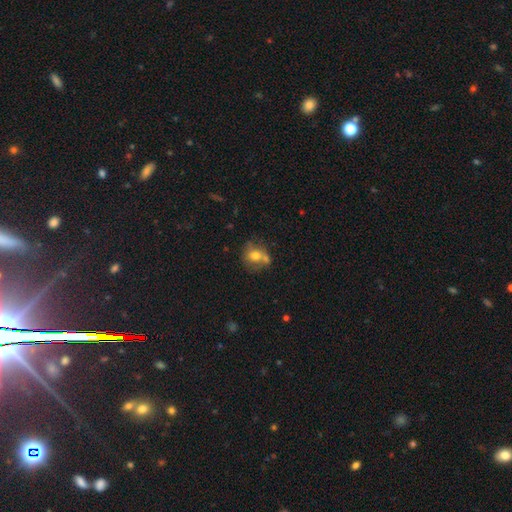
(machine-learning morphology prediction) A smooth galaxy with no disk features (65%) that is round (65%). Merging: none (48%).